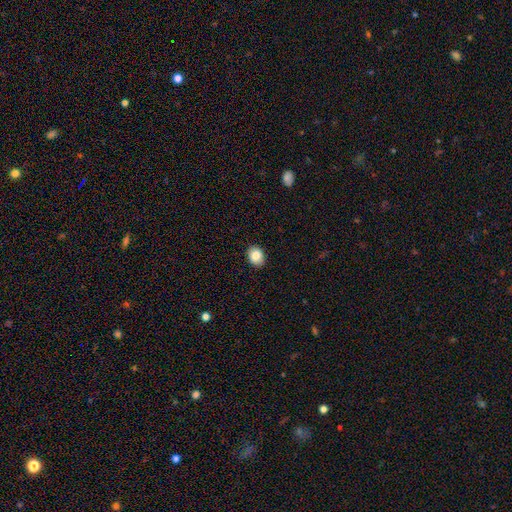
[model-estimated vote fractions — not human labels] This is clearly a smooth galaxy (85%). How rounded: possibly in between (56%). Merging: clearly none (90%).